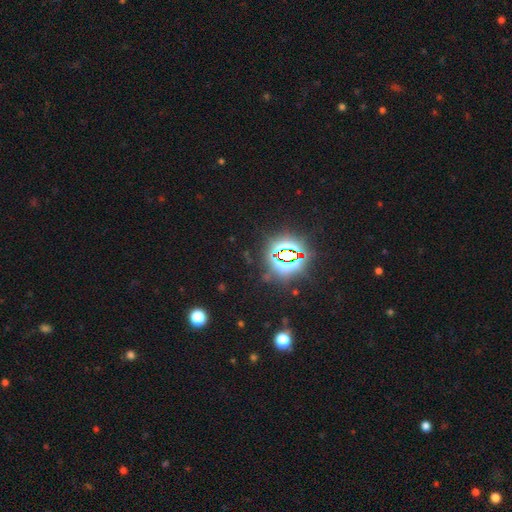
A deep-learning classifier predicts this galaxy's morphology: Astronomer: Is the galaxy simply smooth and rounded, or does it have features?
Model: star or artifact — 83%.